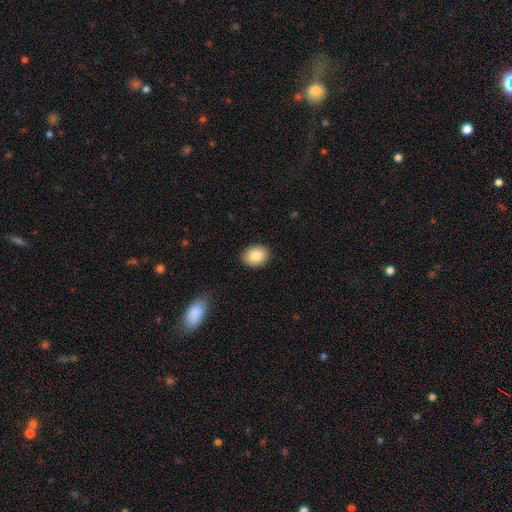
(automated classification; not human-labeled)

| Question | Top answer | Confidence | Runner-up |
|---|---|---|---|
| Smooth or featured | smooth | 84% | featured or disk (8%) |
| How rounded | in between | 56% | round (43%) |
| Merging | none | 89% | minor disturbance (8%) |